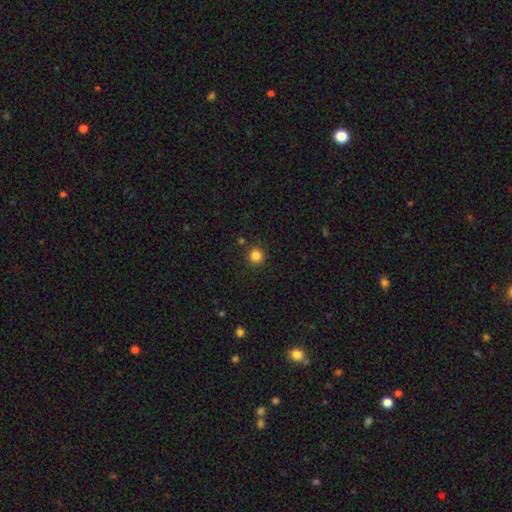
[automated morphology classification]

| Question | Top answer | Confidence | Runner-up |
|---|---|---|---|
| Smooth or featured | smooth | 84% | star or artifact (12%) |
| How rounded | round | 95% | in between (4%) |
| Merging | none | 90% | minor disturbance (6%) |